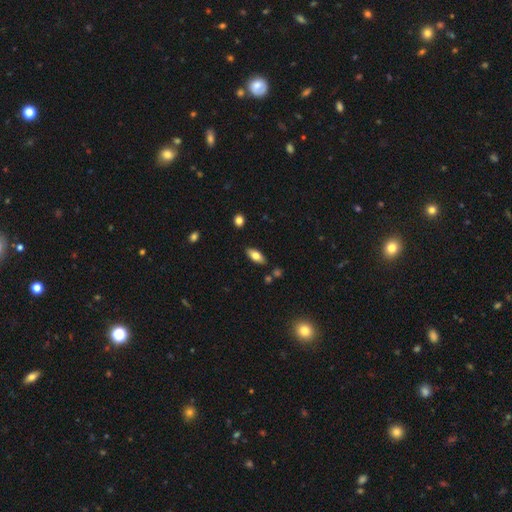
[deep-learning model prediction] smooth 71%, featured or disk 23%, star or artifact 7%. Down the decision tree: how rounded — in between (82%); merging — none (85%).